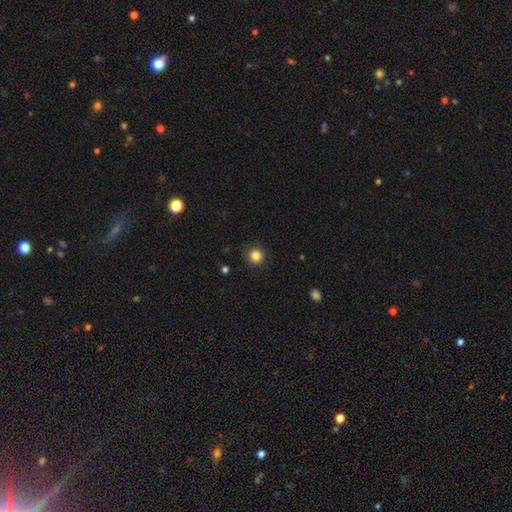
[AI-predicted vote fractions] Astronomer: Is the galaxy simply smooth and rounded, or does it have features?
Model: smooth — 85%.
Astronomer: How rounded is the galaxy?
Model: round — 94%.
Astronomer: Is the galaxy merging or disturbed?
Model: none — 90%.